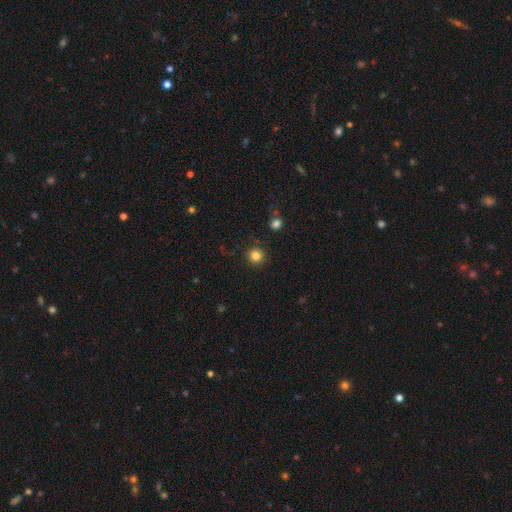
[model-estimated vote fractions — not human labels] Overall: smooth (83%). How rounded: round (94%). Merging: none (90%).